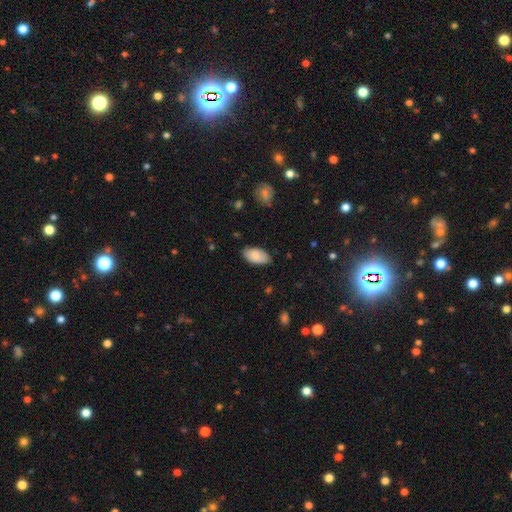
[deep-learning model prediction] This appears to be a smooth galaxy with no disk features (86%) that is in between round and cigar-shaped (95%). Merging: none (82%).